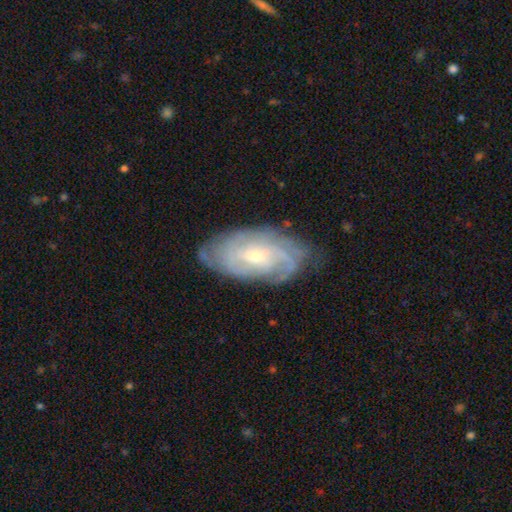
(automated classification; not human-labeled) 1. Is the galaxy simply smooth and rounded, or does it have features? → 80% featured or disk, 14% smooth, 6% star or artifact.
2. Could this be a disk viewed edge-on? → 94% no, 6% yes.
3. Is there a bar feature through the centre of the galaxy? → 50% no, 41% weak, 9% strong.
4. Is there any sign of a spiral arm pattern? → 92% yes, 8% no.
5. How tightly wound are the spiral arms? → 64% tight, 28% medium, 8% loose.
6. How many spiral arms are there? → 47% can't tell, 15% 2, 14% 3, 14% 4, 6% more than 4, 5% 1.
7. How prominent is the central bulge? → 61% small, 35% moderate, 2% none, 2% large, 1% dominant.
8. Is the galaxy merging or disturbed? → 72% none, 20% minor disturbance, 6% major disturbance, 1% merger.